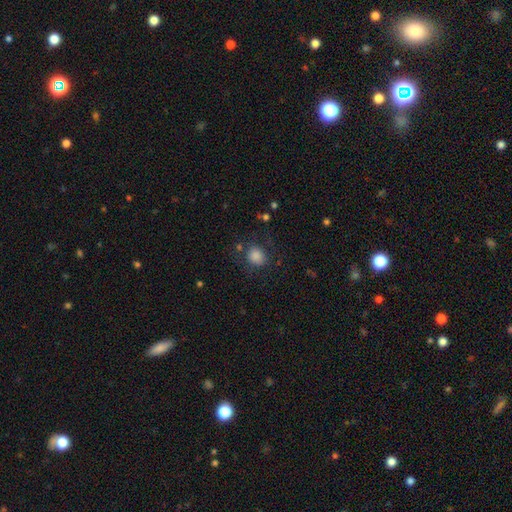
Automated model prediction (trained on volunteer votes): smooth_or_featured: smooth (p=0.80) [alt: star or artifact p=0.13]
how_rounded: round (p=0.70) [alt: in between p=0.29]
merging: none (p=0.73) [alt: minor disturbance p=0.15]